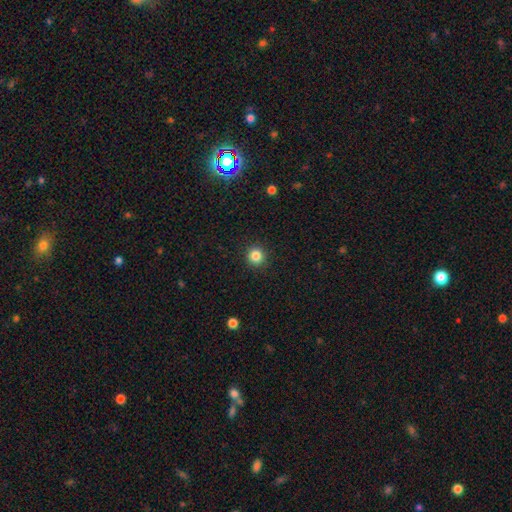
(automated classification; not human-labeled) smooth_or_featured: smooth (p=0.84) [alt: star or artifact p=0.12]
how_rounded: round (p=0.94) [alt: in between p=0.05]
merging: none (p=0.92) [alt: minor disturbance p=0.05]